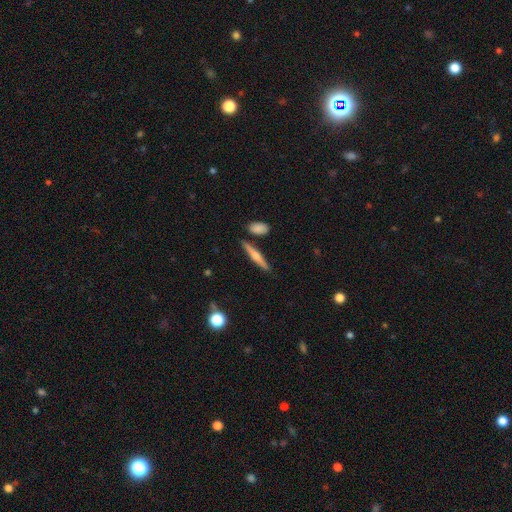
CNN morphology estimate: smooth-or-featured: featured or disk: 47% | smooth: 46% | star or artifact: 6%
  merging: none: 85% | minor disturbance: 8% | merger: 5% | major disturbance: 2%